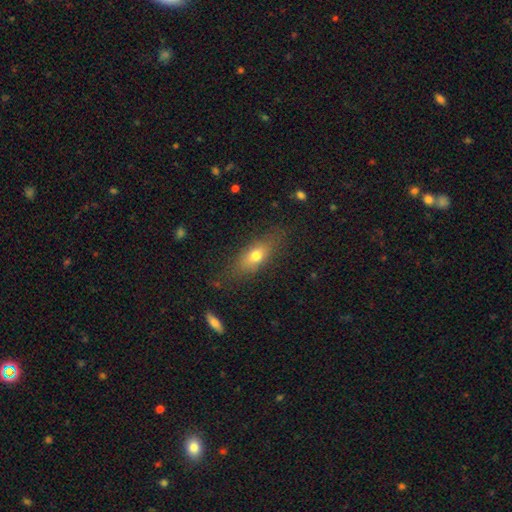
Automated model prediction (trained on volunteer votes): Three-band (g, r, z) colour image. It shows a smooth galaxy with no disk features (70%) that is in between round and cigar-shaped (71%). Merging: none (76%).